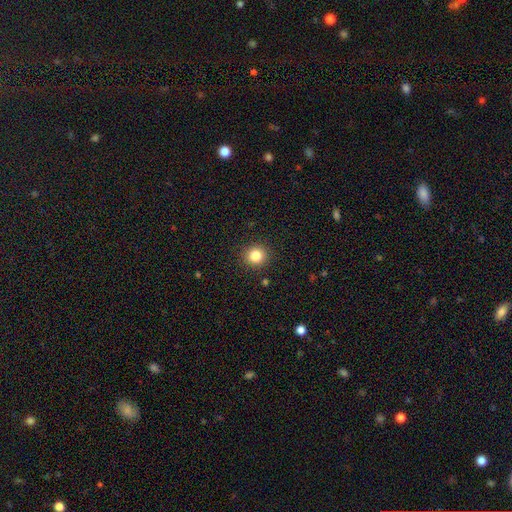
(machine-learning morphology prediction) type=smooth (83%); roundness=round (92%); merging=none (91%).